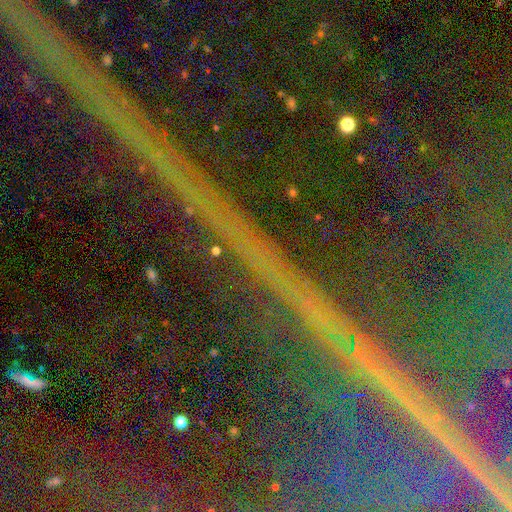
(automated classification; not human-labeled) Smooth or featured?
  - star or artifact: 86% *
  - featured or disk: 8%
  - smooth: 6%